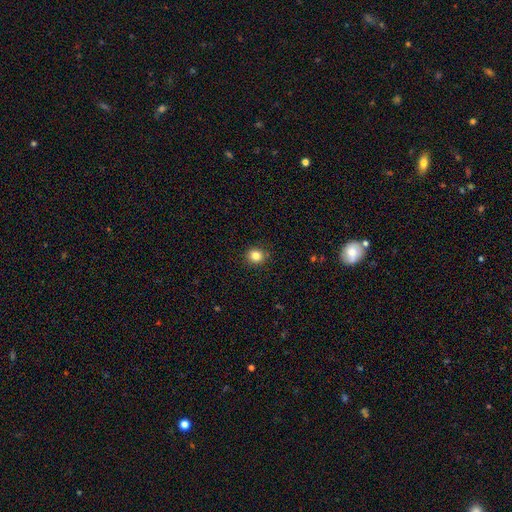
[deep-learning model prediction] Smooth or featured: smooth — 84% (star or artifact — 11%)
How rounded: round — 83% (in between — 16%)
Merging: none — 91% (minor disturbance — 7%)